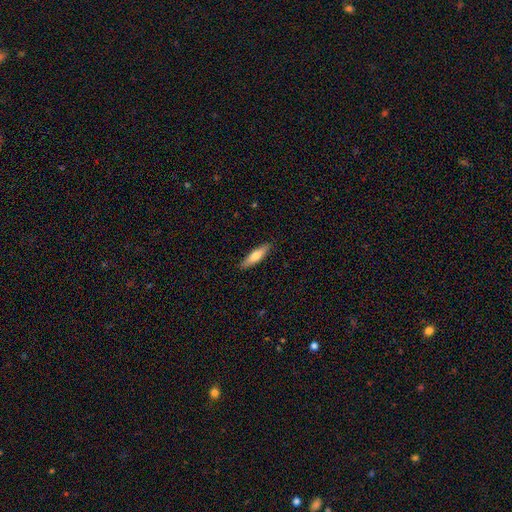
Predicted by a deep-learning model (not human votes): Morphology: type=smooth (65%); roundness=cigar-shaped (73%); merging=none (88%).